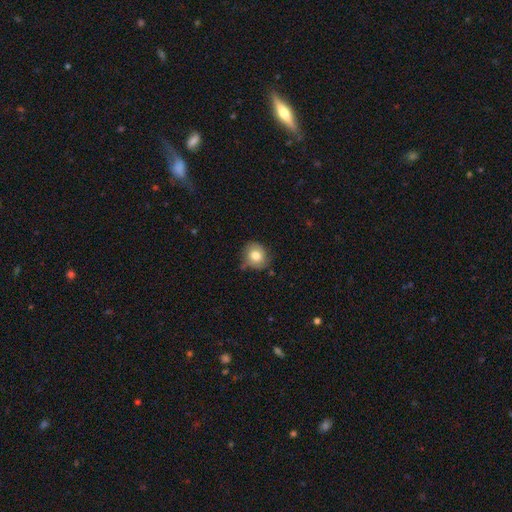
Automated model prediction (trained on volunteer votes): Overall: smooth (79%). How rounded: round (75%). Merging: none (71%).